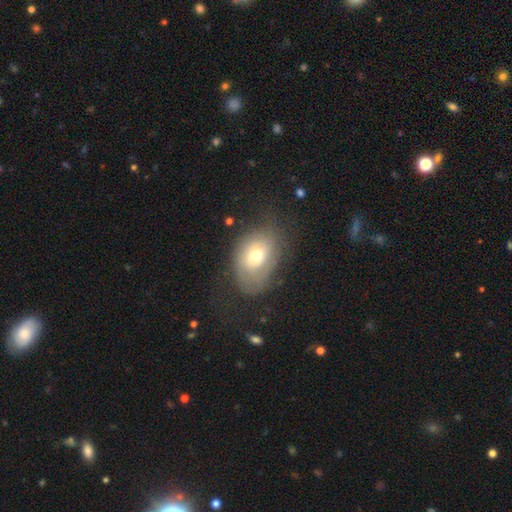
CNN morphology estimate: A smooth galaxy with no disk features (57%) that is in between round and cigar-shaped (79%).

Vote fractions:
- Smooth or featured? smooth: 57% / featured or disk: 34% / star or artifact: 9%
- How rounded? in between: 79% / round: 20% / cigar-shaped: 1%
- Merging? none: 53% / minor disturbance: 28% / major disturbance: 17% / merger: 2%